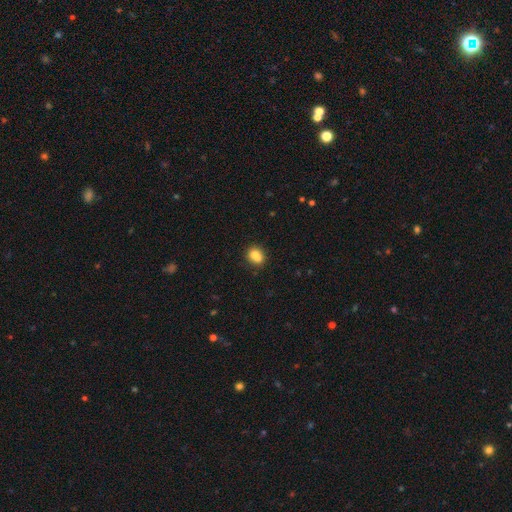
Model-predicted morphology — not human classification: Q: Smooth or featured?
A: smooth (76%); runner-up: featured or disk (14%)
Q: How rounded?
A: round (61%); runner-up: in between (38%)
Q: Merging?
A: none (44%); runner-up: merger (41%)